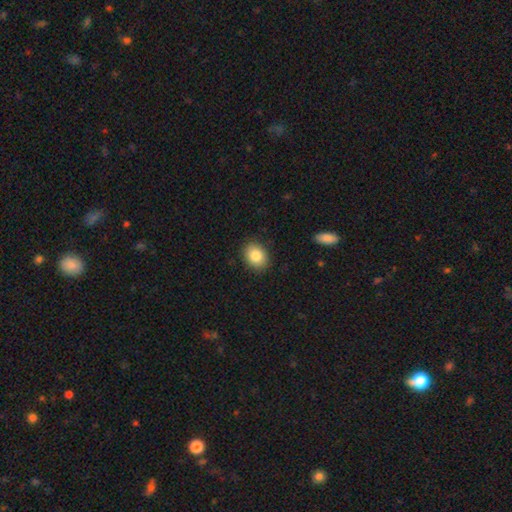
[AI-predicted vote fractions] This is clearly a smooth galaxy (85%). How rounded: possibly in between (57%). Merging: clearly none (88%).